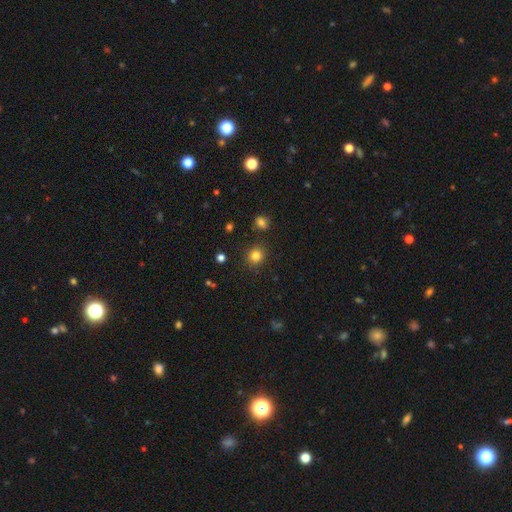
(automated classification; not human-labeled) smooth_or_featured: smooth (p=0.82) [alt: star or artifact p=0.13]
how_rounded: round (p=0.88) [alt: in between p=0.11]
merging: none (p=0.88) [alt: minor disturbance p=0.07]